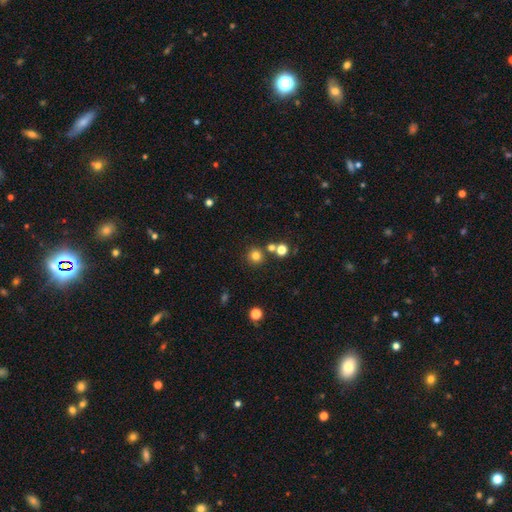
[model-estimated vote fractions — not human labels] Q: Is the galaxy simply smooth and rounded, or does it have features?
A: smooth — 77%.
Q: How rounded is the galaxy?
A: round — 94%.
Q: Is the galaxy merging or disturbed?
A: none — 80%.